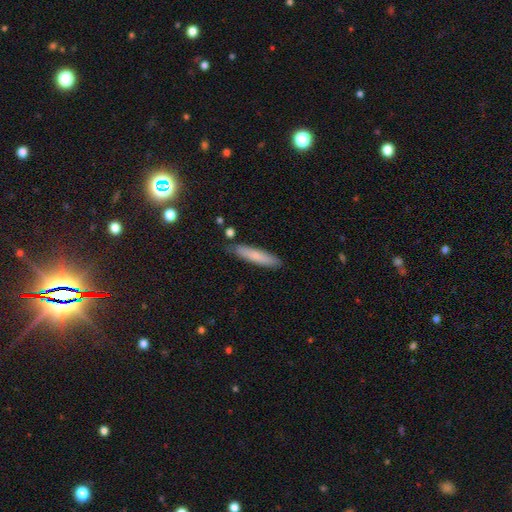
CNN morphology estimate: This appears to be a smooth galaxy with no disk features (75%) that is cigar-shaped (86%). Merging: none (83%).